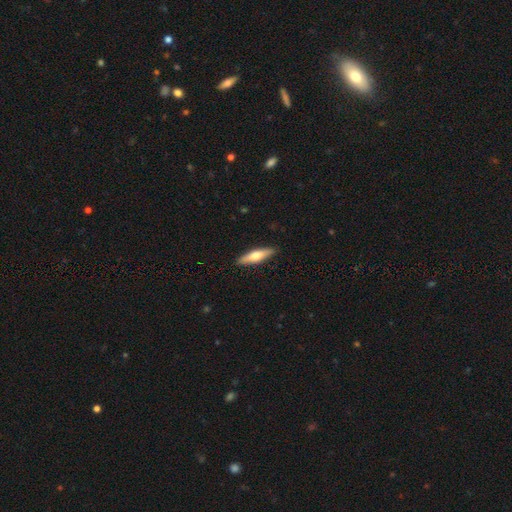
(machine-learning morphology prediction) The model was most divided on "smooth or featured": smooth: 51%, featured or disk: 43%, star or artifact: 5%. More confident: merging — none (90%); how rounded — cigar-shaped (72%).